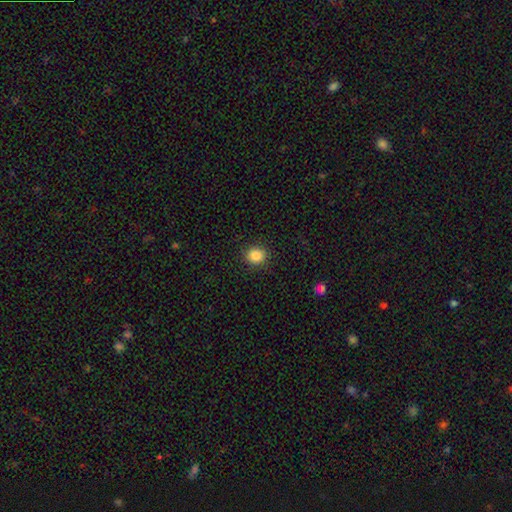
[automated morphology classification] This appears to be a smooth galaxy with no disk features (86%) that is round (81%). Merging: none (90%).